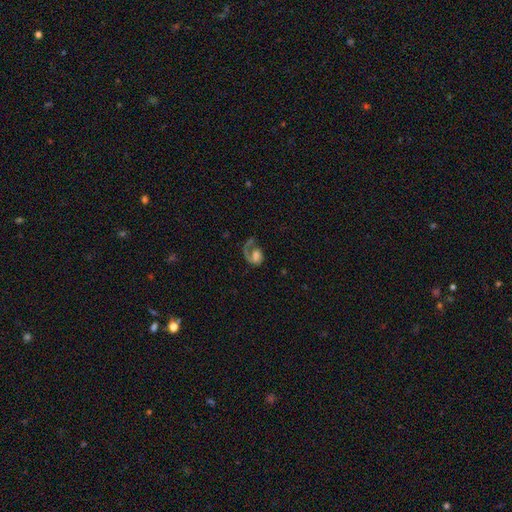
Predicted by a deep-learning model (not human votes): featured or disk 67%, smooth 24%, star or artifact 9%. Down the decision tree: edge-on disk — no (98%); bar — no (62%); spiral arms — yes (85%); spiral arm count — 1 (88%); spiral winding — loose (44%); bulge size — moderate (27%, tied with none); merging — major disturbance (44%).